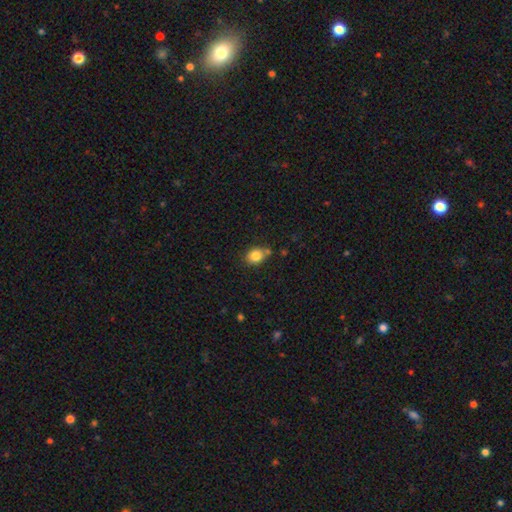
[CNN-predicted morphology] The model was most divided on "how rounded": round: 52%, in between: 47%, cigar-shaped: 1%. More confident: smooth or featured — smooth (83%); merging — none (69%).